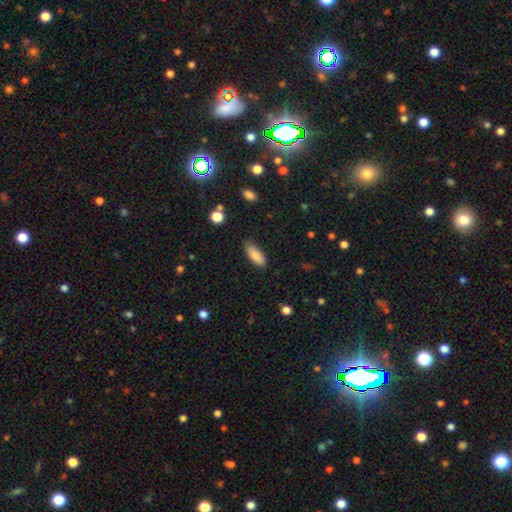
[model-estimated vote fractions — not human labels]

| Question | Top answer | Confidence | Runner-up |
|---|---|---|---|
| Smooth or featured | smooth | 84% | featured or disk (9%) |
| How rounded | in between | 76% | cigar-shaped (22%) |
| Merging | none | 76% | minor disturbance (19%) |